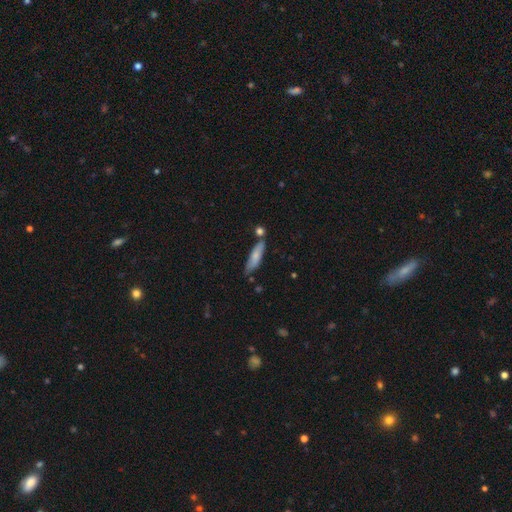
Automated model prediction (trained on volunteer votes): Smooth or featured?
  - smooth: 75% *
  - featured or disk: 19%
  - star or artifact: 6%
How rounded?
  - cigar-shaped: 70% *
  - in between: 28%
  - round: 2%
Merging?
  - none: 72% *
  - minor disturbance: 17%
  - merger: 8%
  - major disturbance: 3%